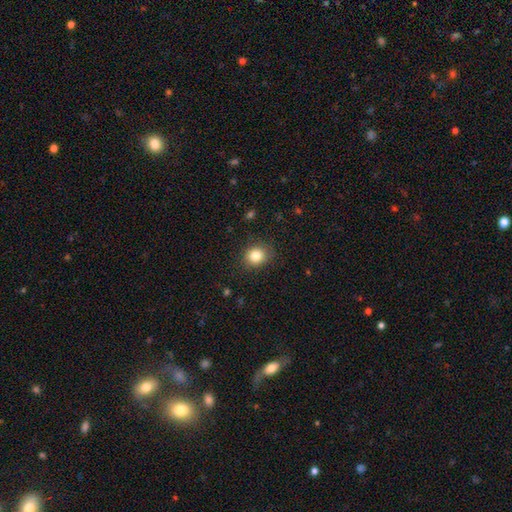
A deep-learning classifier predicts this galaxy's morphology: The model was most divided on "how rounded": round: 68%, in between: 31%, cigar-shaped: 1%. More confident: merging — none (85%); smooth or featured — smooth (84%).